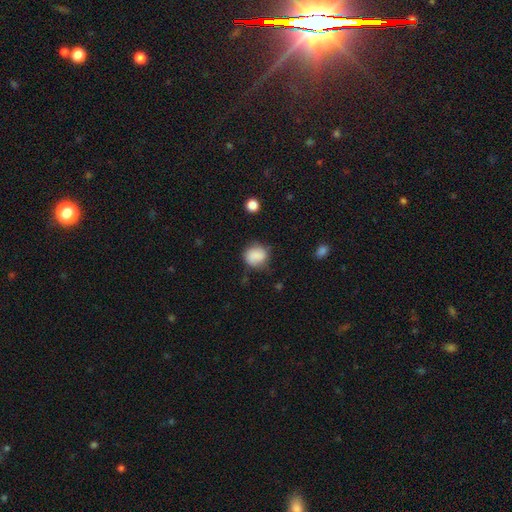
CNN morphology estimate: A smooth galaxy with no disk features (83%) that is round (72%). Merging: none (63%).